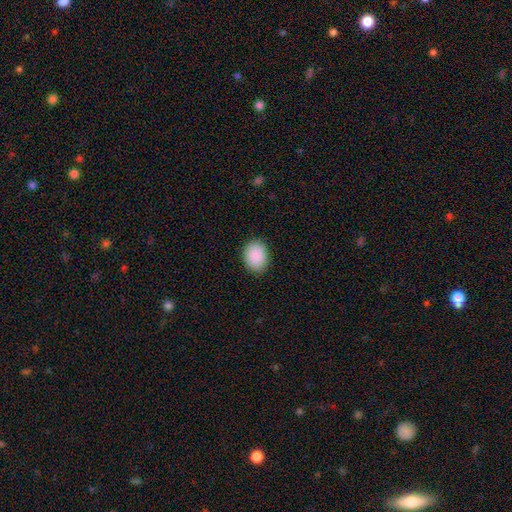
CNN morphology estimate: This is clearly a smooth galaxy (90%). How rounded: likely in between (61%). Merging: clearly none (89%).